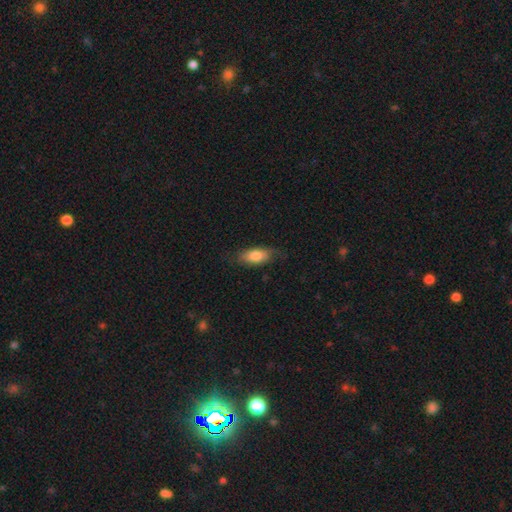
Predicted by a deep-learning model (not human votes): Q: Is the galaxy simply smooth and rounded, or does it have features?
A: smooth — 78%.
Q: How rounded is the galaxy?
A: in between — 85%.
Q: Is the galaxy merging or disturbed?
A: none — 71%.